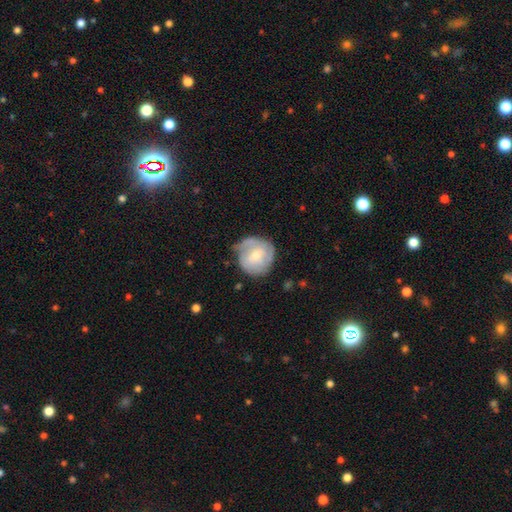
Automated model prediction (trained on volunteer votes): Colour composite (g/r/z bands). It shows a featured or disk galaxy (54%) with no bar (60%), spiral arms (73%) and a small central bulge (52%). Merging: none (57%).